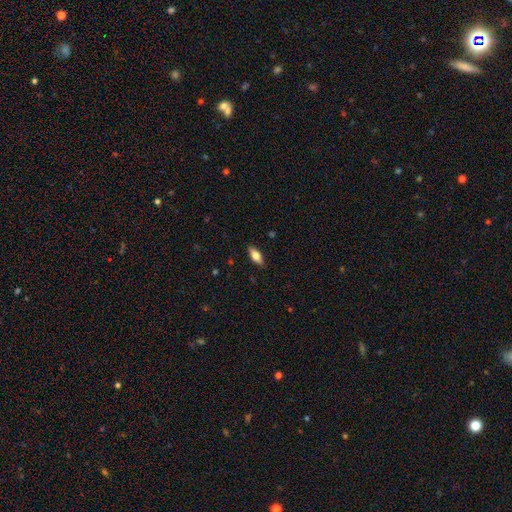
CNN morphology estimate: smooth-or-featured: smooth: 71% | featured or disk: 22% | star or artifact: 7%
  how-rounded: in between: 80% | cigar-shaped: 17% | round: 3%
  merging: none: 87% | minor disturbance: 10% | major disturbance: 2% | merger: 1%